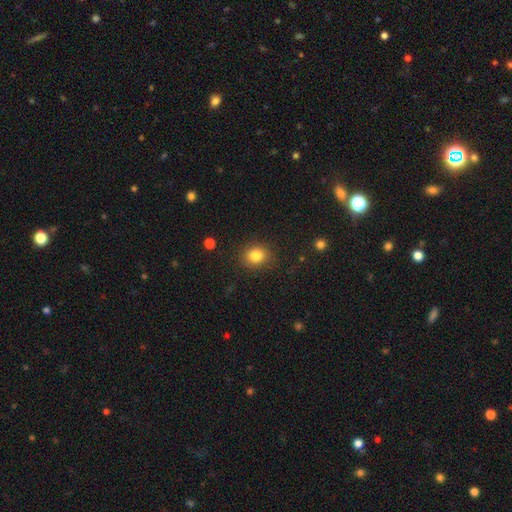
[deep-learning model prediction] A smooth galaxy with no disk features (83%) that is round (72%).

Vote fractions:
- Smooth or featured? smooth: 83% / star or artifact: 11% / featured or disk: 6%
- How rounded? round: 72% / in between: 27% / cigar-shaped: 1%
- Merging? none: 86% / minor disturbance: 10% / major disturbance: 3% / merger: 1%